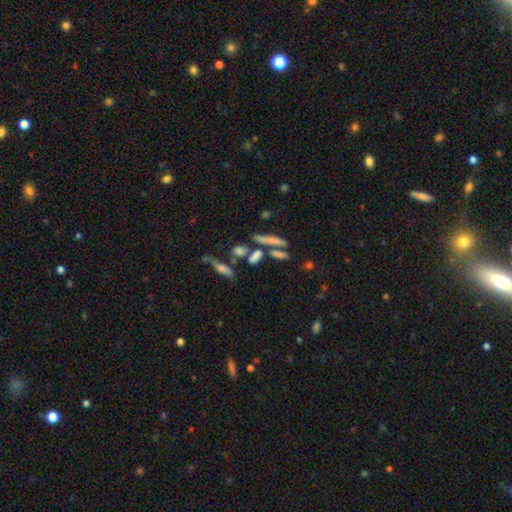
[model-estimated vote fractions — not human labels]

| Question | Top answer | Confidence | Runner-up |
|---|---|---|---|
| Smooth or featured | smooth | 65% | featured or disk (22%) |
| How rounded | cigar-shaped | 52% | in between (38%) |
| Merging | none | 53% | merger (29%) |